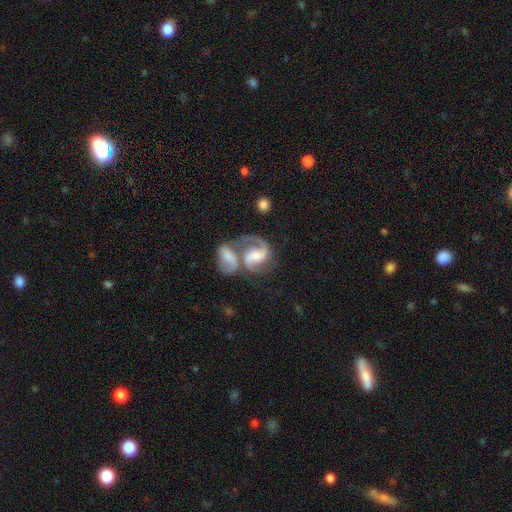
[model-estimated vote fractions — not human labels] Smooth or featured: featured or disk — 85% (smooth — 10%)
Edge-on disk: no — 98% (yes — 2%)
Bar: weak — 42% (no — 36%)
Spiral arms: yes — 96% (no — 4%)
Spiral winding: medium — 57% (loose — 26%)
Spiral arm count: 2 — 87% (1 — 5%)
Bulge size: moderate — 49% (small — 34%)
Merging: merger — 58% (none — 25%)